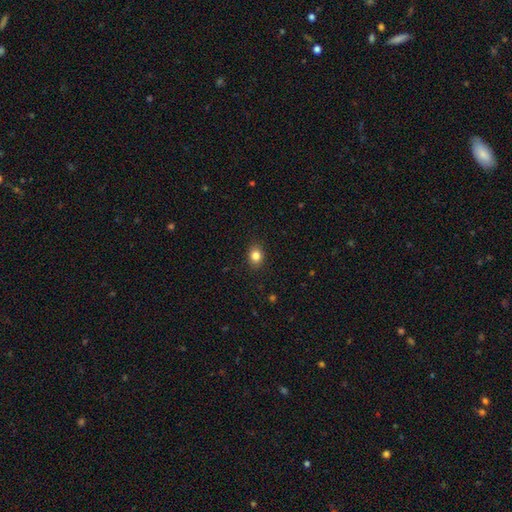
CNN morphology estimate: smooth 84%, star or artifact 10%, featured or disk 5%. Down the decision tree: how rounded — round (51%); merging — none (89%).